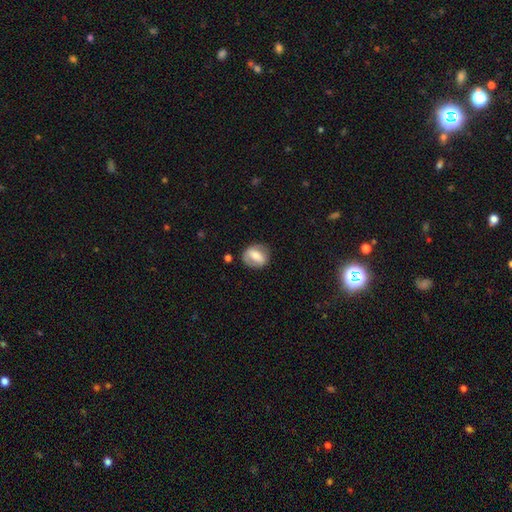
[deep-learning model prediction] Smooth or featured?
  - smooth: 49% *
  - featured or disk: 44%
  - star or artifact: 7%
Merging?
  - none: 79% *
  - minor disturbance: 14%
  - major disturbance: 5%
  - merger: 2%